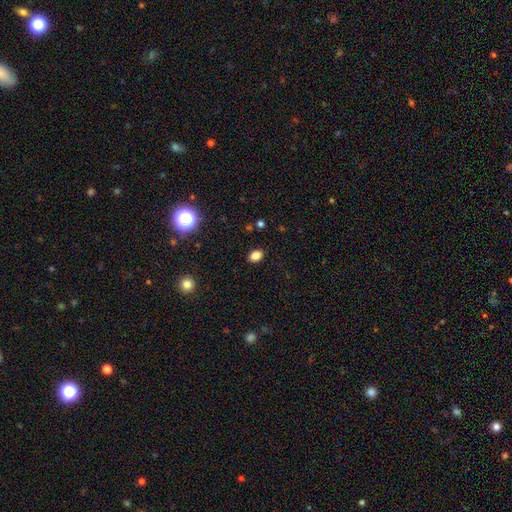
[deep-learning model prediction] Smooth or featured? smooth (83%)
How rounded? in between (72%)
Merging? none (89%)